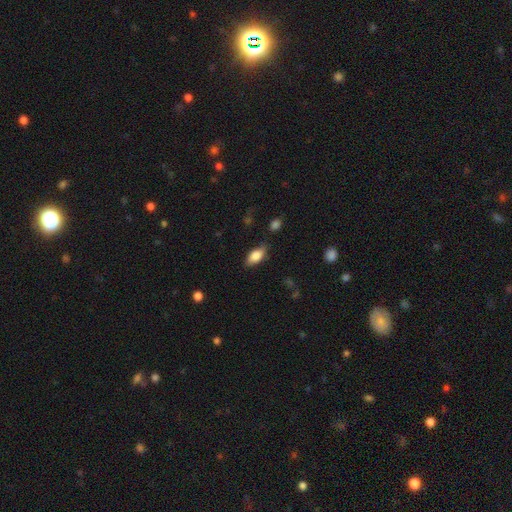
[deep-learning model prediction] This appears to be a smooth galaxy with no disk features (80%) that is in between round and cigar-shaped (88%). Merging: none (75%).